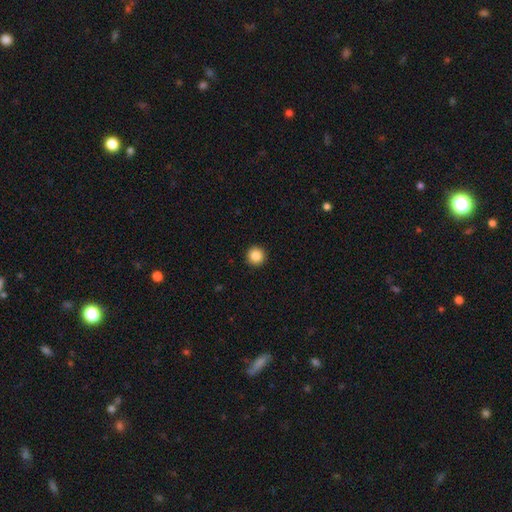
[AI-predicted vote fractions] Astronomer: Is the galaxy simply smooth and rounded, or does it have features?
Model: smooth — 86%.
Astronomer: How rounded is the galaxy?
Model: round — 96%.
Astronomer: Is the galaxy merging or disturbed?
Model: none — 94%.